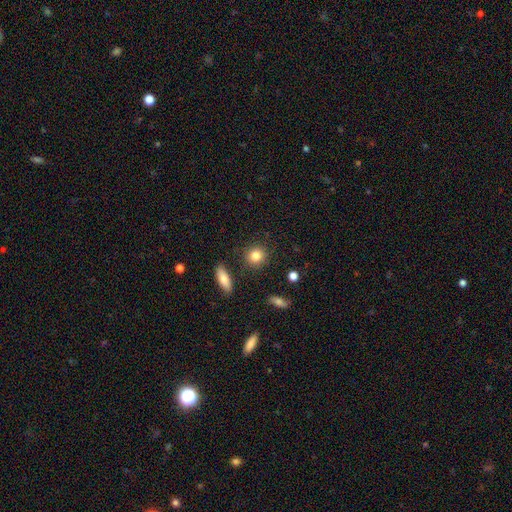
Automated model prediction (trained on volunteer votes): Smooth or featured?
  - smooth: 84% *
  - star or artifact: 9%
  - featured or disk: 7%
How rounded?
  - round: 81% *
  - in between: 17%
  - cigar-shaped: 2%
Merging?
  - none: 86% *
  - minor disturbance: 8%
  - merger: 3%
  - major disturbance: 3%